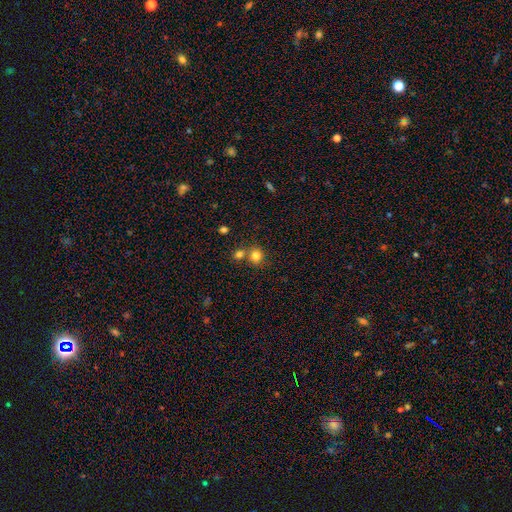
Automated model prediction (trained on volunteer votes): This appears to be a smooth galaxy with no disk features (81%) that is round (85%). Merging: none (59%).